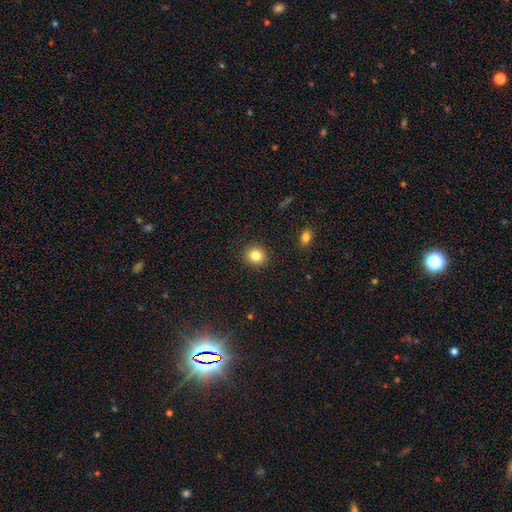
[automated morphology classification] A smooth galaxy with no disk features (84%) that is round (85%). Merging: none (91%).